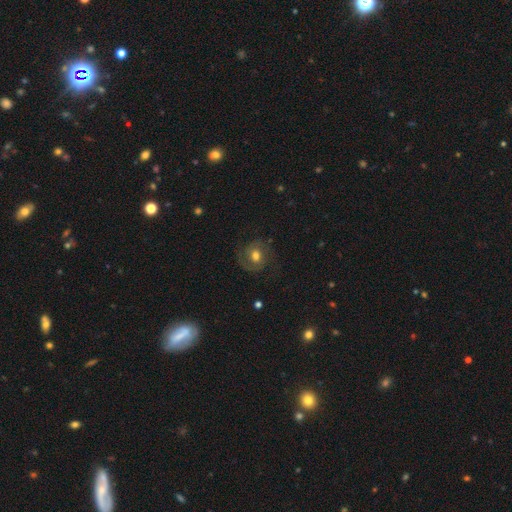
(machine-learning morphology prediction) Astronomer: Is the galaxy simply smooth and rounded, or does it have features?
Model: featured or disk — 59%.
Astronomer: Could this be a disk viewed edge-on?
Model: no — 97%.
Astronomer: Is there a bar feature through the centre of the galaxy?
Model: no — 61%.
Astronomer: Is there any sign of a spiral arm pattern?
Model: yes — 84%.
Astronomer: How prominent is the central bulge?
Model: moderate — 71%.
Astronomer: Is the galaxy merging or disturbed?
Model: none — 73%.